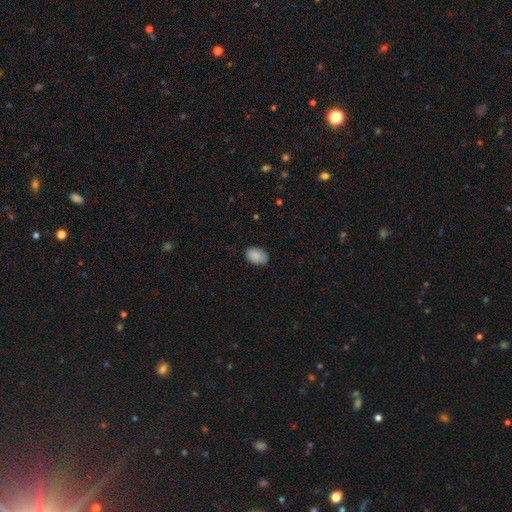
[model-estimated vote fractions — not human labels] smooth 88%, star or artifact 7%, featured or disk 4%. Down the decision tree: how rounded — in between (84%); merging — none (82%).